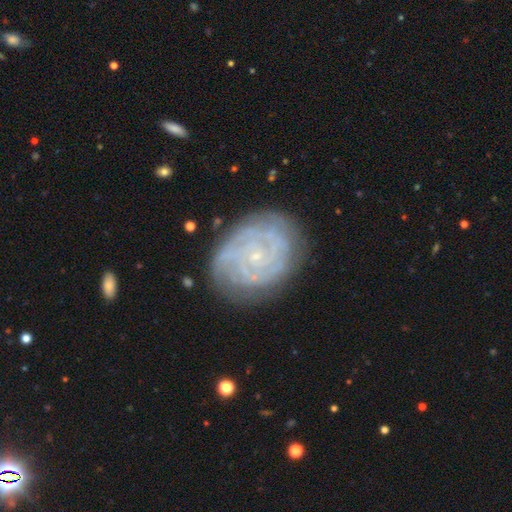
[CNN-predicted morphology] A featured or disk galaxy (84%) with no bar (80%), tight (80%) spiral arms (95%) and a small central bulge (88%).

Vote fractions:
- Smooth or featured? featured or disk: 84% / smooth: 10% / star or artifact: 6%
- Edge-on disk? no: 97% / yes: 3%
- Bar? no: 80% / weak: 16% / strong: 4%
- Spiral arms? yes: 95% / no: 5%
- Spiral winding? tight: 80% / medium: 17% / loose: 4%
- Spiral arm count? can't tell: 30% / 4: 20% / 3: 18% / 2: 15% / more than 4: 10% / 1: 7%
- Bulge size? small: 88% / moderate: 8% / none: 2% / large: 1% / dominant: 1%
- Merging? none: 77% / minor disturbance: 16% / major disturbance: 5% / merger: 1%